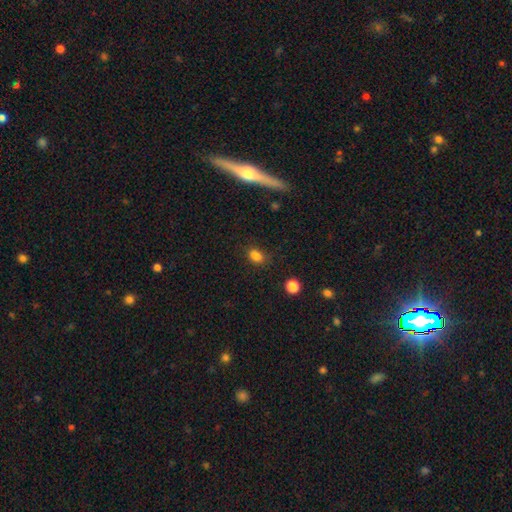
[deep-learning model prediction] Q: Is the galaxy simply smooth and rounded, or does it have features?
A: smooth — 77%.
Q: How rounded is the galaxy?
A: in between — 70%.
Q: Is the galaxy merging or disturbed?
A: none — 65%.